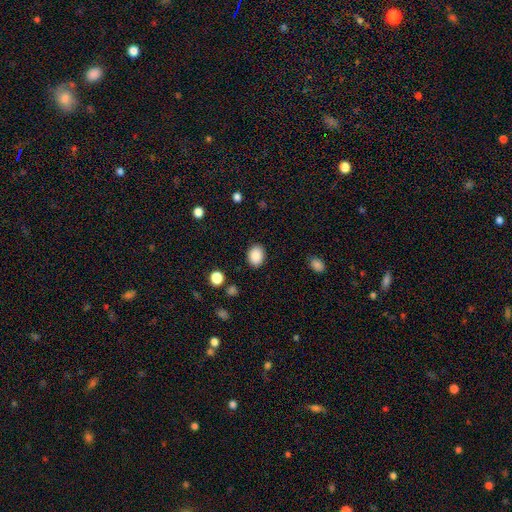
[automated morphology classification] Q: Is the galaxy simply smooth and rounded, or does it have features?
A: smooth — 88%.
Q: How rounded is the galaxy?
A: in between — 61%.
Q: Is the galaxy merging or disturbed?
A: none — 88%.